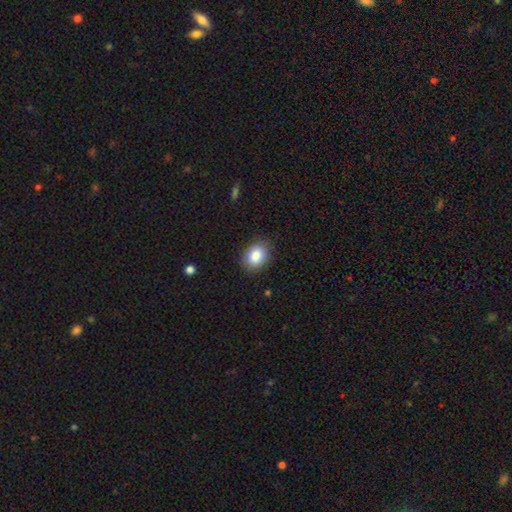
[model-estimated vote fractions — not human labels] The model was most divided on "how rounded": in between: 73%, round: 26%, cigar-shaped: 1%. More confident: smooth or featured — smooth (86%); merging — none (84%).